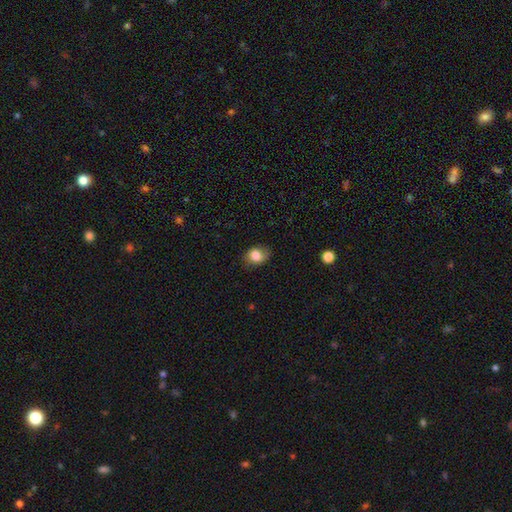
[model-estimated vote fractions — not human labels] Overall: smooth (79%). How rounded: in between (51%; round 48%). Merging: none (71%).